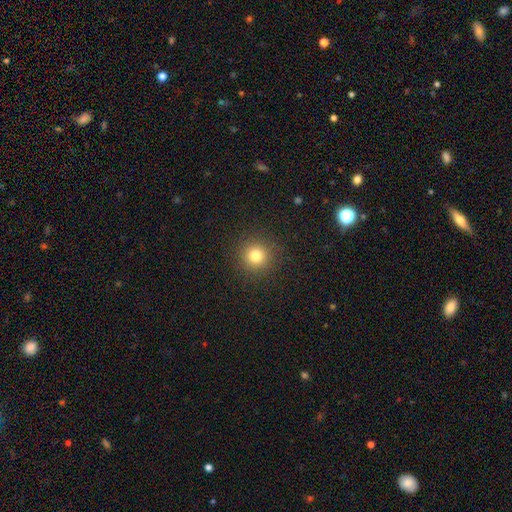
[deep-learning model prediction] Morphology: type=smooth (80%); roundness=round (95%); merging=none (91%).